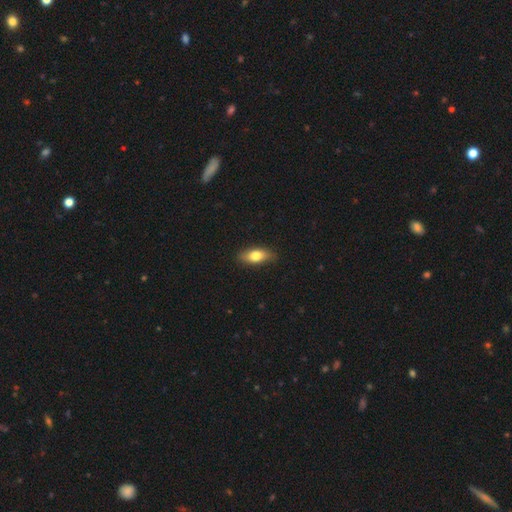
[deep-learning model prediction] smooth-or-featured: smooth: 73% | featured or disk: 21% | star or artifact: 6%
  how-rounded: in between: 78% | cigar-shaped: 18% | round: 5%
  merging: none: 87% | minor disturbance: 10% | major disturbance: 2% | merger: 1%